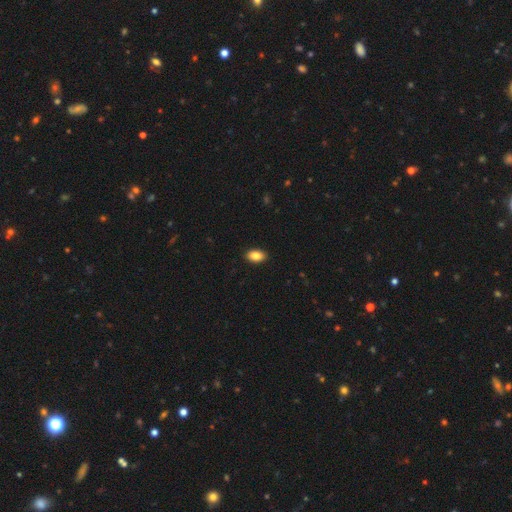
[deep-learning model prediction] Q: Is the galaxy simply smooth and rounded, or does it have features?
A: smooth — 88%.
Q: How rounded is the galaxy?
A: in between — 92%.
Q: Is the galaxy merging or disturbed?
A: none — 90%.